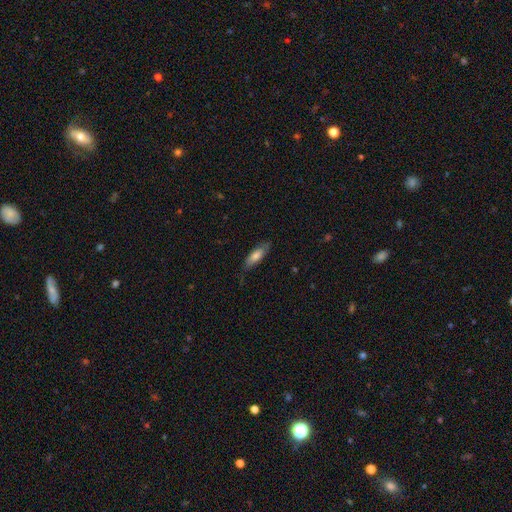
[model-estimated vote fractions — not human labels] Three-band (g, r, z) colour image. It shows a smooth galaxy with no disk features (70%) that is in between round and cigar-shaped (58%). Merging: none (73%).